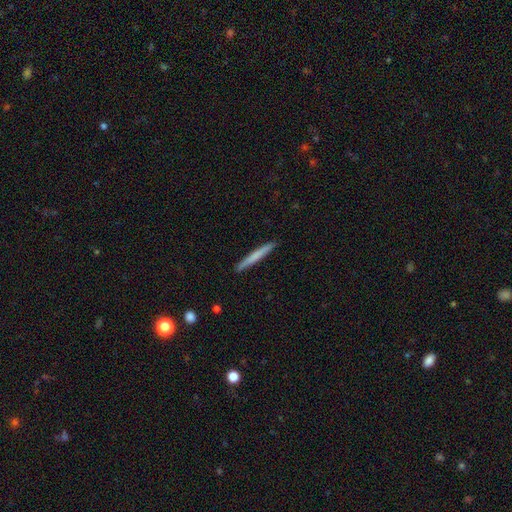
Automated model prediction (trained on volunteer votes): Q: Smooth or featured?
A: smooth (67%); runner-up: featured or disk (28%)
Q: How rounded?
A: cigar-shaped (97%); runner-up: in between (2%)
Q: Merging?
A: none (93%); runner-up: minor disturbance (5%)